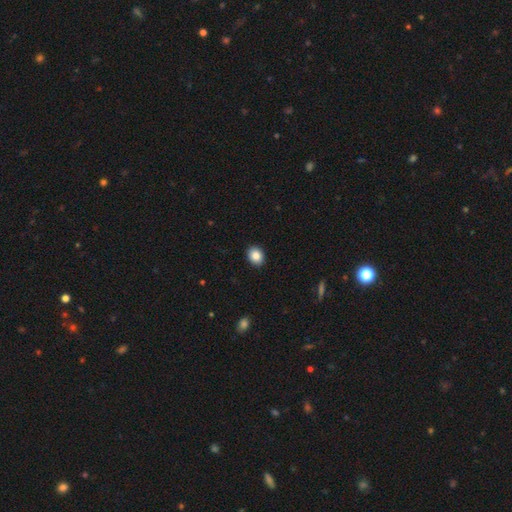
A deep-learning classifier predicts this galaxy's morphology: The model was most divided on "how rounded": in between: 50%, round: 49%, cigar-shaped: 1%. More confident: merging — none (91%); smooth or featured — smooth (86%).